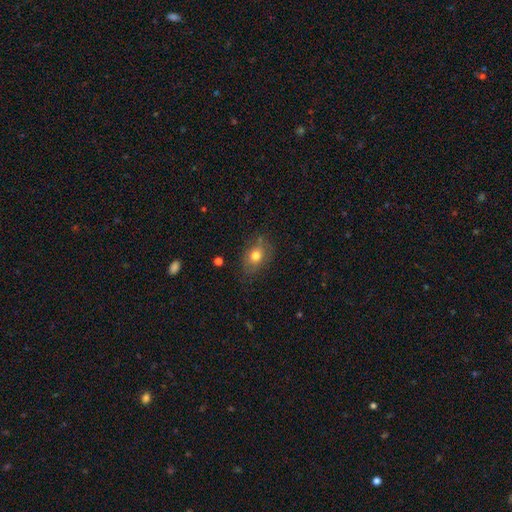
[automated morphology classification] smooth-or-featured: smooth: 76% | featured or disk: 14% | star or artifact: 10%
  how-rounded: in between: 70% | round: 28% | cigar-shaped: 1%
  merging: none: 76% | minor disturbance: 17% | major disturbance: 4% | merger: 2%